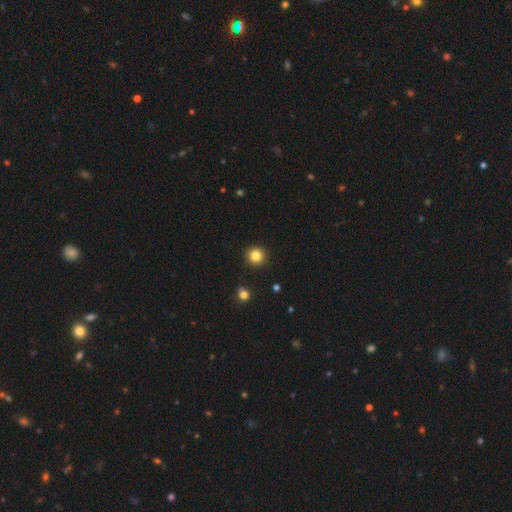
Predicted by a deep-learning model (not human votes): The model was most divided on "smooth or featured": smooth: 84%, star or artifact: 12%, featured or disk: 5%. More confident: how rounded — round (95%); merging — none (92%).